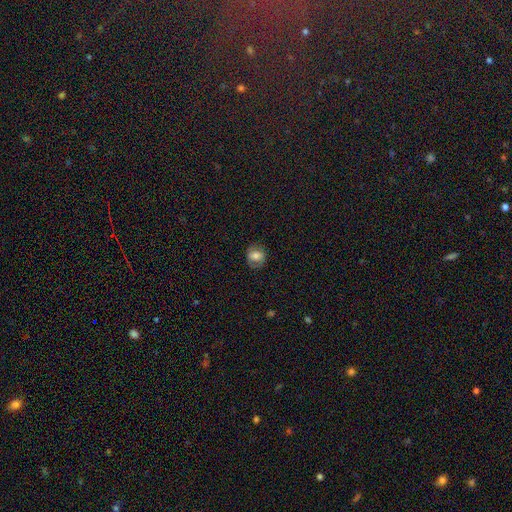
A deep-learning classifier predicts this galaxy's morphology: smooth 68%, featured or disk 22%, star or artifact 10%. Down the decision tree: how rounded — round (76%); merging — none (79%).